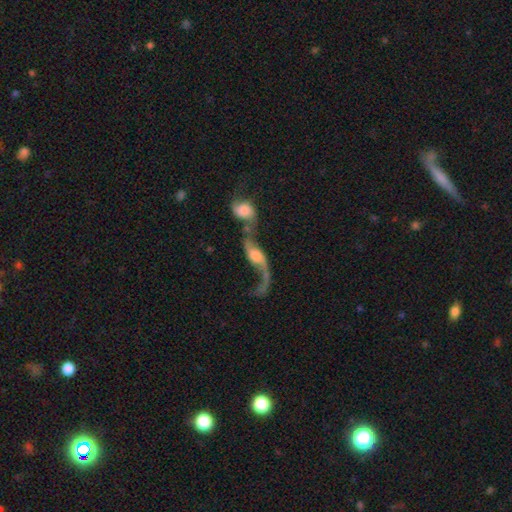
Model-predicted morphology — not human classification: Smooth or featured: featured or disk — 77% (smooth — 16%)
Edge-on disk: no — 90% (yes — 10%)
Bar: no — 52% (weak — 35%)
Spiral arms: yes — 89% (no — 11%)
Spiral winding: loose — 92% (medium — 6%)
Spiral arm count: 2 — 77% (1 — 19%)
Bulge size: moderate — 39% (large — 26%)
Merging: merger — 64% (none — 17%)